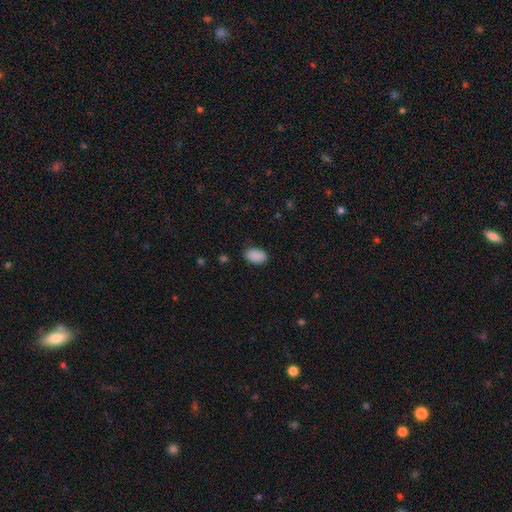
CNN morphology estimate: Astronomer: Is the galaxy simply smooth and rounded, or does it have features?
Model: smooth — 90%.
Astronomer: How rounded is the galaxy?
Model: in between — 92%.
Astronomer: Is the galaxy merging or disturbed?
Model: none — 86%.